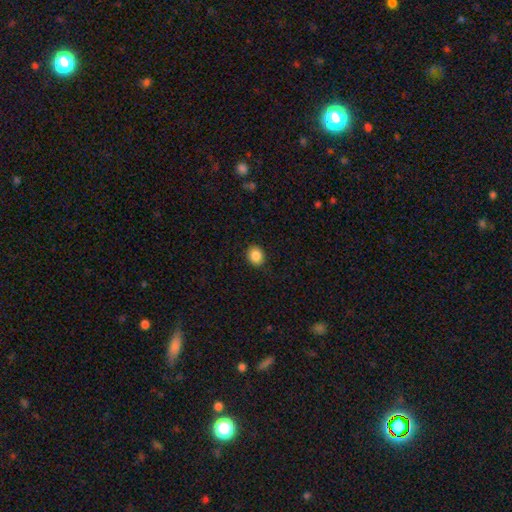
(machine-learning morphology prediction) Q: Smooth or featured?
A: smooth (87%); runner-up: star or artifact (9%)
Q: How rounded?
A: round (61%); runner-up: in between (38%)
Q: Merging?
A: none (89%); runner-up: minor disturbance (8%)